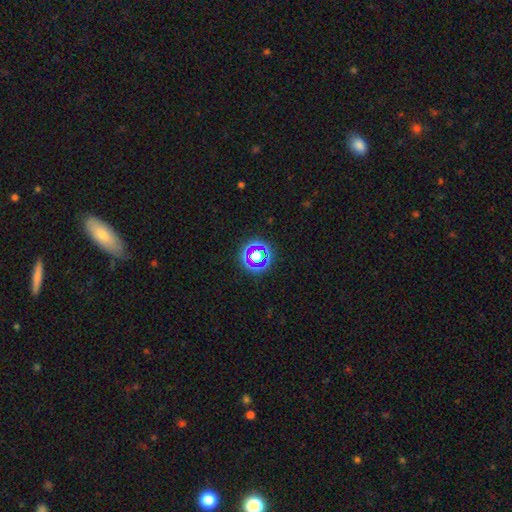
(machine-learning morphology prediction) type=star or artifact (55%).